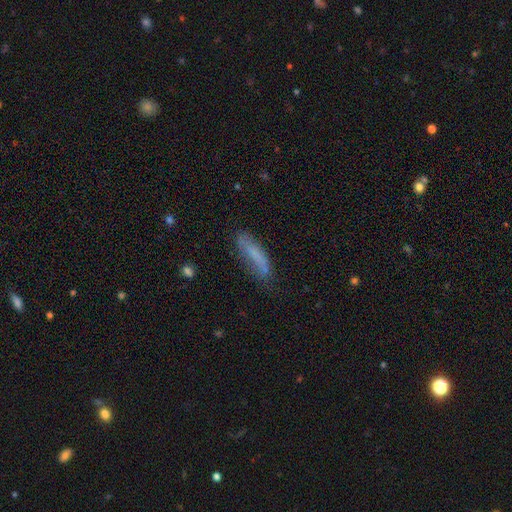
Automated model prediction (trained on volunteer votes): The model was most divided on "merging": none: 61%, minor disturbance: 27%, major disturbance: 9%, merger: 3%. More confident: how rounded — cigar-shaped (70%); smooth or featured — smooth (64%).